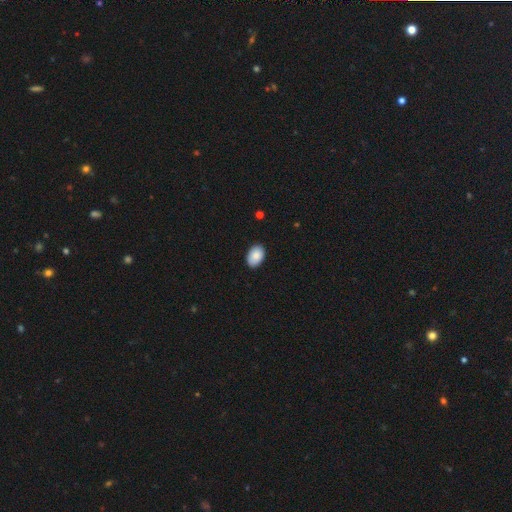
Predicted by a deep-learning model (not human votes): smooth 87%, star or artifact 7%, featured or disk 6%. Down the decision tree: how rounded — in between (89%); merging — none (88%).